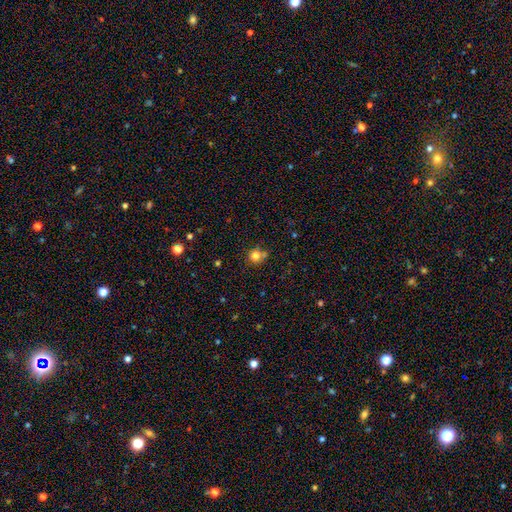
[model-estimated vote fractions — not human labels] smooth_or_featured: smooth (p=0.79) [alt: star or artifact p=0.13]
how_rounded: round (p=0.89) [alt: in between p=0.10]
merging: none (p=0.66) [alt: merger p=0.16]